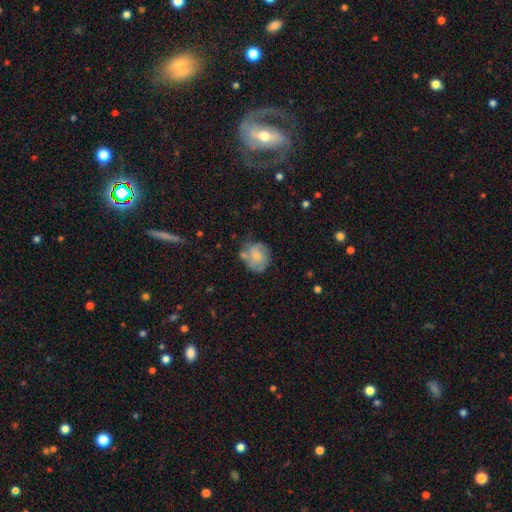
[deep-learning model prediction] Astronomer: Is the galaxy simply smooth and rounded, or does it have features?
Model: smooth — 56% (runner-up: featured or disk, 36%).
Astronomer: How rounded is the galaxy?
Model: round — 76%.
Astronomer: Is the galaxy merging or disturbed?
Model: none — 50% (runner-up: minor disturbance, 29%).